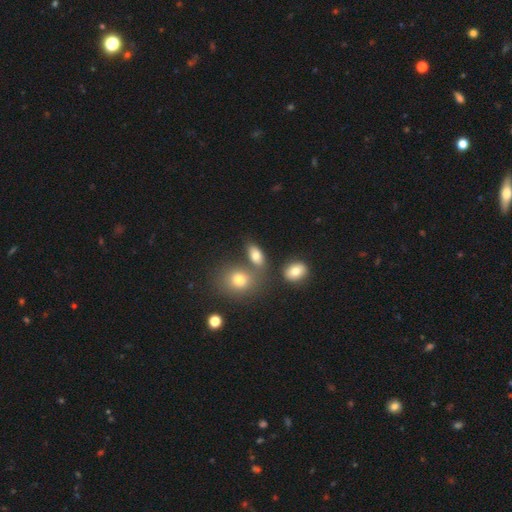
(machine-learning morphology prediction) Q: Smooth or featured?
A: smooth (77%); runner-up: star or artifact (11%)
Q: How rounded?
A: in between (80%); runner-up: round (16%)
Q: Merging?
A: none (66%); runner-up: merger (18%)